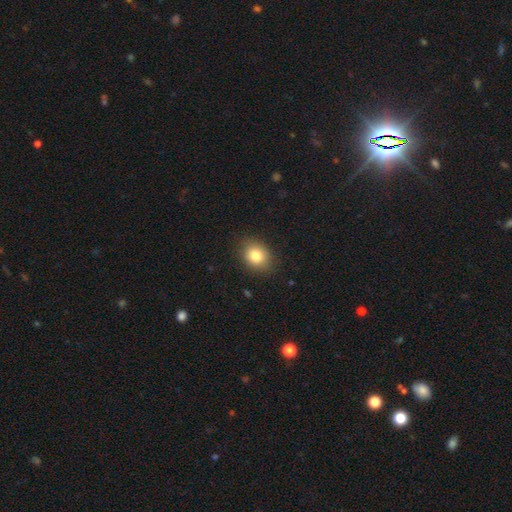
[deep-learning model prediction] smooth 83%, star or artifact 9%, featured or disk 8%. Down the decision tree: how rounded — in between (55%); merging — none (85%).